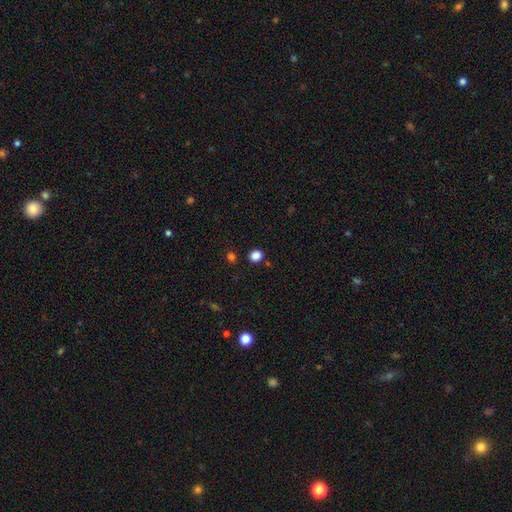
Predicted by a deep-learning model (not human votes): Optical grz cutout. It shows a smooth galaxy with no disk features (84%) that is round (74%). Merging: none (87%).